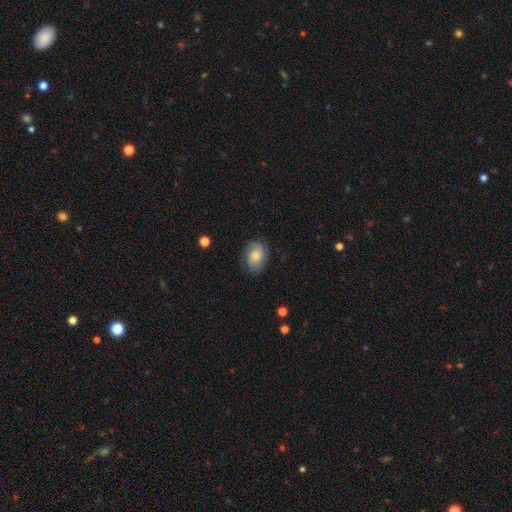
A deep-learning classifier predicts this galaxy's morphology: smooth 53%, featured or disk 39%, star or artifact 8%. Down the decision tree: how rounded — in between (61%); merging — none (73%).